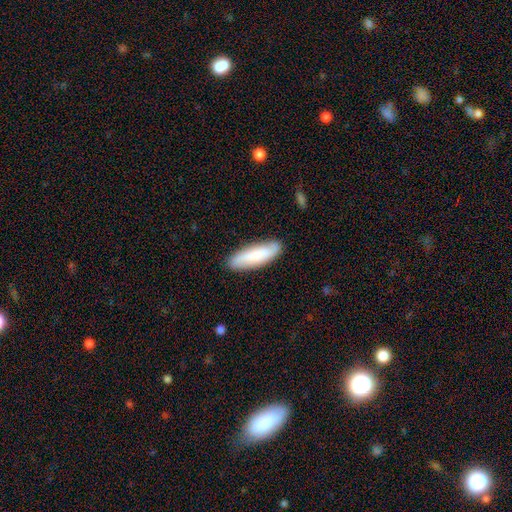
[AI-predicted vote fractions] Overall: smooth (65%; featured or disk 29%). How rounded: in between (50%; cigar-shaped 48%). Merging: none (84%).